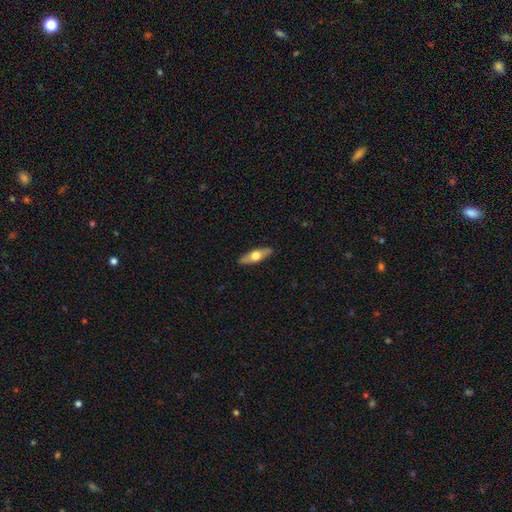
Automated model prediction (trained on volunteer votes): This appears to be a smooth galaxy with no disk features (50%). Merging: none (89%).